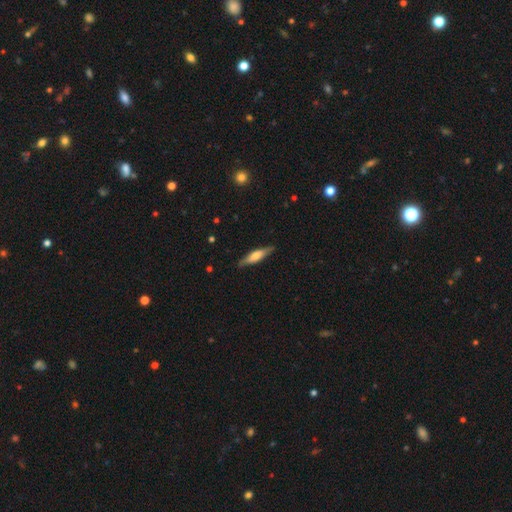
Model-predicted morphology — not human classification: smooth 48%, featured or disk 46%, star or artifact 6%. Down the decision tree: merging — none (84%).